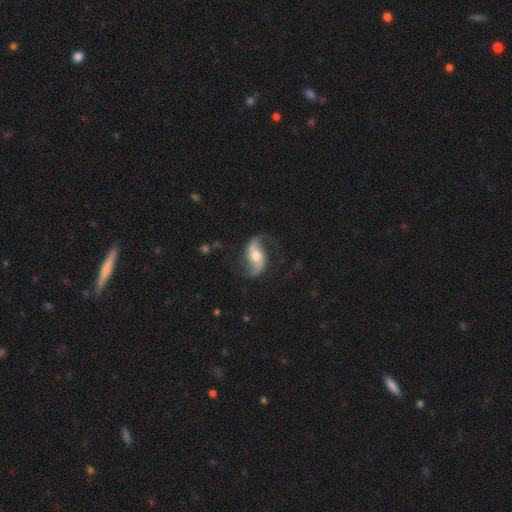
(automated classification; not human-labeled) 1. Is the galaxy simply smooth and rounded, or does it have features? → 87% featured or disk, 8% smooth, 5% star or artifact.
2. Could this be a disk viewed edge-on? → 96% no, 4% yes.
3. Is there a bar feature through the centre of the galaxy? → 36% weak, 34% no, 30% strong.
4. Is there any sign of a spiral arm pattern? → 96% yes, 4% no.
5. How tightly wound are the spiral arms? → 76% loose, 20% medium, 5% tight.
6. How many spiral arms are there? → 93% 2, 2% 1, 2% can't tell, 1% 3, 1% 4, 1% more than 4.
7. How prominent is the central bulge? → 65% moderate, 22% small, 9% large, 2% none, 2% dominant.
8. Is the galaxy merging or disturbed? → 76% none, 14% minor disturbance, 9% major disturbance, 2% merger.